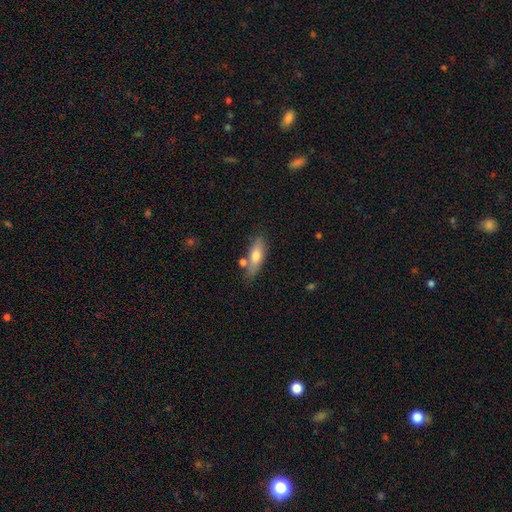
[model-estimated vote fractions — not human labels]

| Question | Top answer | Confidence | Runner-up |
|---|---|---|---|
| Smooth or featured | smooth | 71% | featured or disk (23%) |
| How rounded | in between | 60% | cigar-shaped (37%) |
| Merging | none | 67% | minor disturbance (17%) |